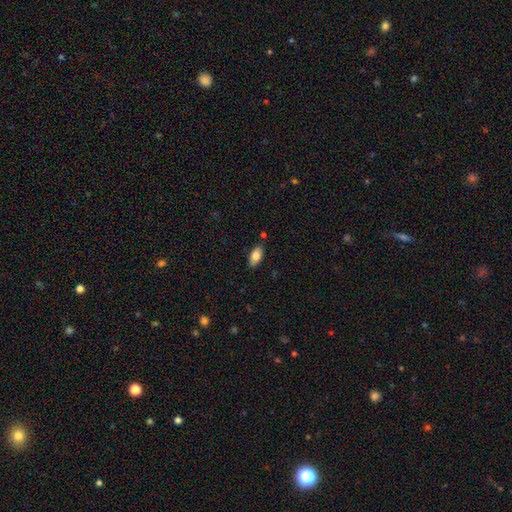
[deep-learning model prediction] Overall: smooth (79%). How rounded: in between (92%). Merging: none (84%).